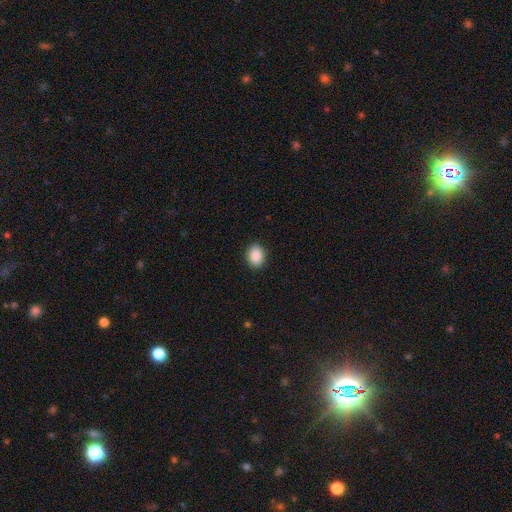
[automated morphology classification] This is clearly a smooth galaxy (90%). How rounded: likely in between (64%). Merging: clearly none (89%).